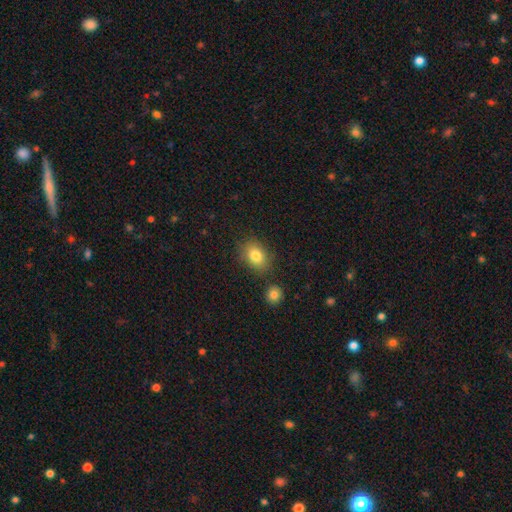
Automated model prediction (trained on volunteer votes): Smooth or featured: smooth — 82% (star or artifact — 9%)
How rounded: in between — 72% (round — 27%)
Merging: none — 79% (minor disturbance — 12%)